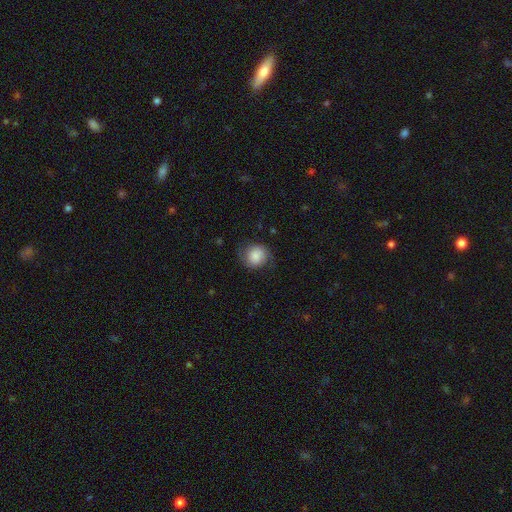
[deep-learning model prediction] Smooth or featured?
  - smooth: 67% *
  - featured or disk: 24%
  - star or artifact: 9%
How rounded?
  - round: 80% *
  - in between: 19%
  - cigar-shaped: 1%
Merging?
  - none: 72% *
  - minor disturbance: 19%
  - major disturbance: 8%
  - merger: 1%